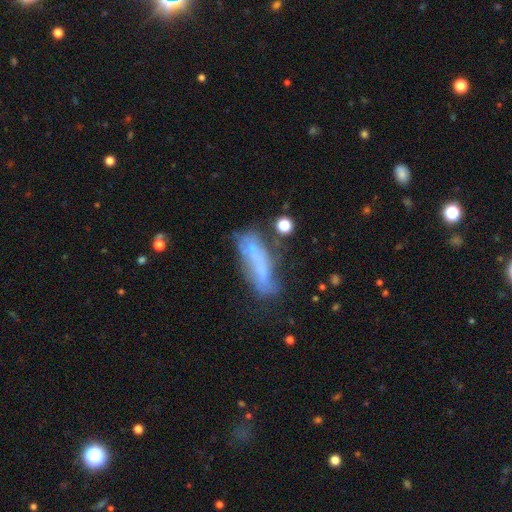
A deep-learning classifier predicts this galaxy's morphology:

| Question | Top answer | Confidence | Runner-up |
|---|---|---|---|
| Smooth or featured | featured or disk | 44% | smooth (43%) |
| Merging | none | 34% | minor disturbance (22%) |